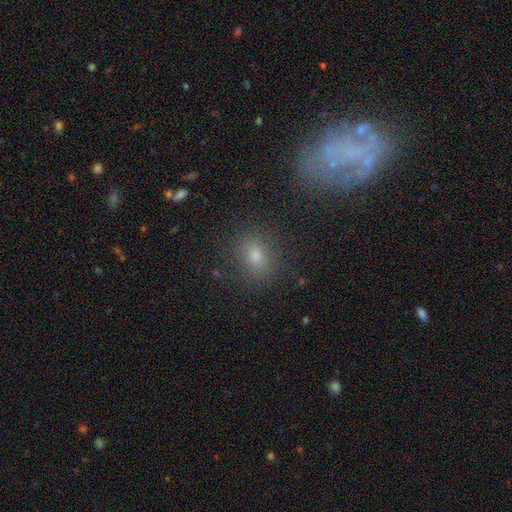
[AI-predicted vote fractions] This is likely a smooth galaxy (75%). How rounded: possibly in between (59%). Merging: clearly none (84%).